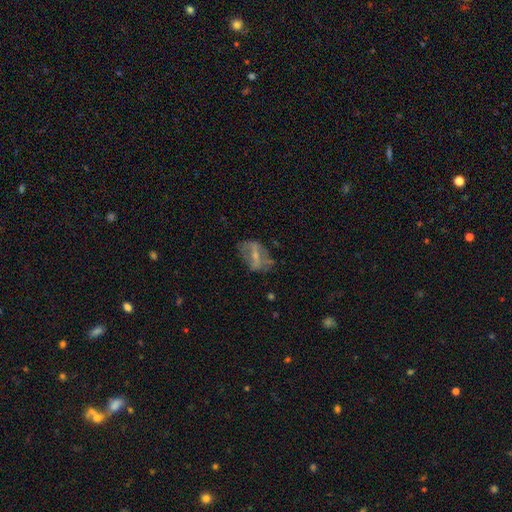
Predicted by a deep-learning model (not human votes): This is possibly a featured or disk galaxy (59%). It is clearly not viewed edge-on (89%). Bar: possibly strong (49%). Spiral arm pattern: likely no (67%). Central bulge: possibly small (55%). Merging: possibly none (54%).